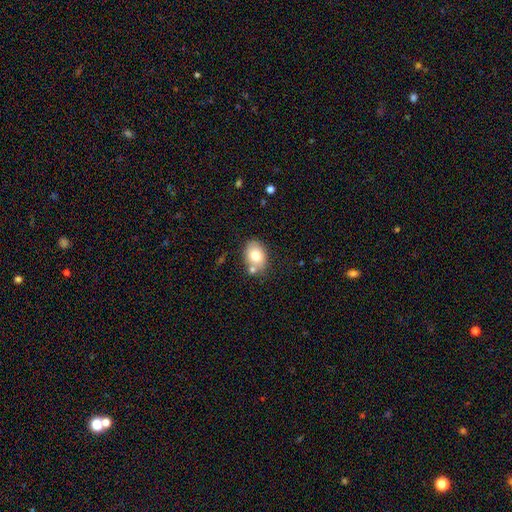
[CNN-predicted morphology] smooth_or_featured: smooth (p=0.76) [alt: featured or disk p=0.16]
how_rounded: in between (p=0.73) [alt: round p=0.26]
merging: none (p=0.66) [alt: minor disturbance p=0.16]